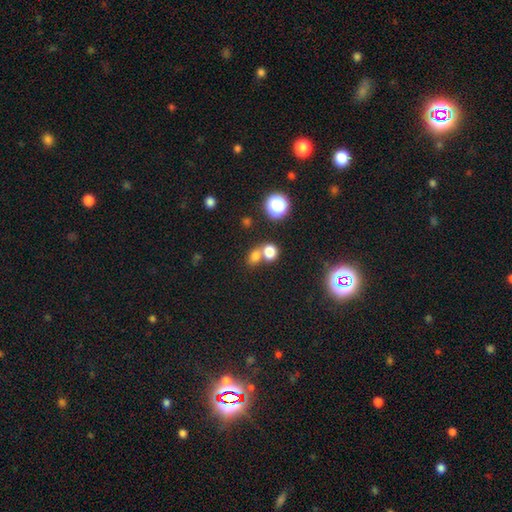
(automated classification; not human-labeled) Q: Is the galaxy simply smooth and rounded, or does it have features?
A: smooth — 75%.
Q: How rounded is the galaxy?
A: round — 60%.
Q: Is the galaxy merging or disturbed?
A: merger — 46%.